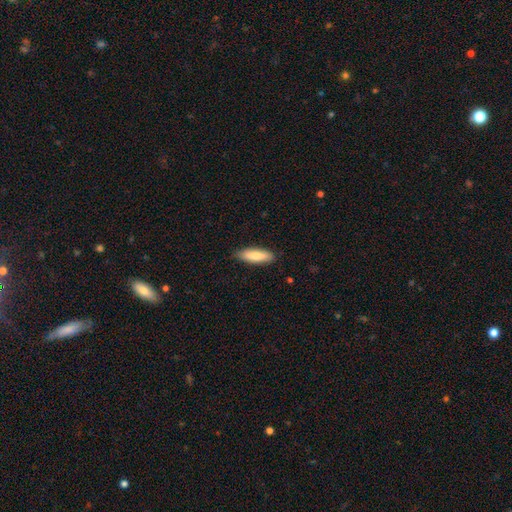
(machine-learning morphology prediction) smooth_or_featured: smooth (p=0.81) [alt: featured or disk p=0.13]
how_rounded: cigar-shaped (p=0.52) [alt: in between p=0.47]
merging: none (p=0.86) [alt: minor disturbance p=0.12]